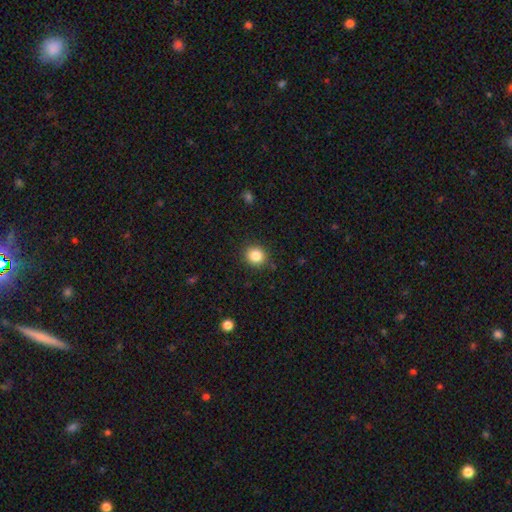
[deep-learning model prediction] Smooth or featured? Predicted: smooth (p=0.85). How rounded? Predicted: round (p=0.87). Merging? Predicted: none (p=0.89).